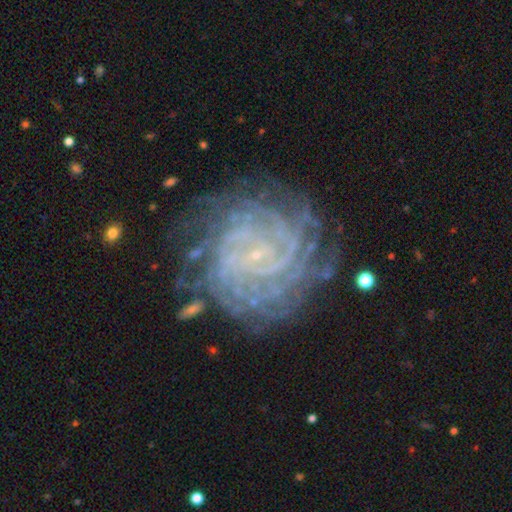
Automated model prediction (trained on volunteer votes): Overall: featured or disk (87%). Edge-on disk: no (98%). Bar: no (54%; weak 33%). Spiral arms: yes (98%). Spiral arm count: more than 4 (26%; can't tell 24%). Spiral winding: tight (84%). Bulge size: small (86%). Merging: none (76%).